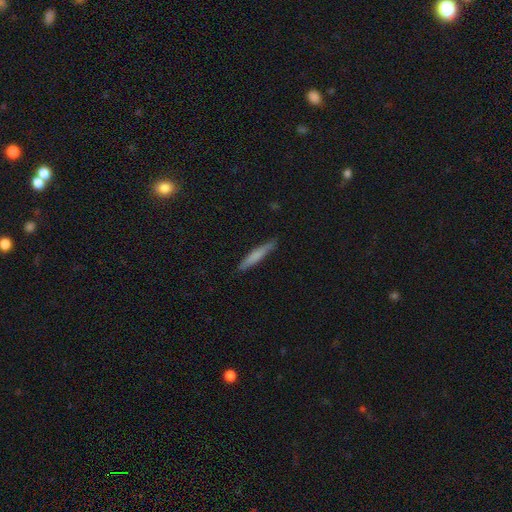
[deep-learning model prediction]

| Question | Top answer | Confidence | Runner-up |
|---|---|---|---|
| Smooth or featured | smooth | 70% | featured or disk (25%) |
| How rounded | cigar-shaped | 94% | in between (5%) |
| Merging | none | 85% | minor disturbance (12%) |